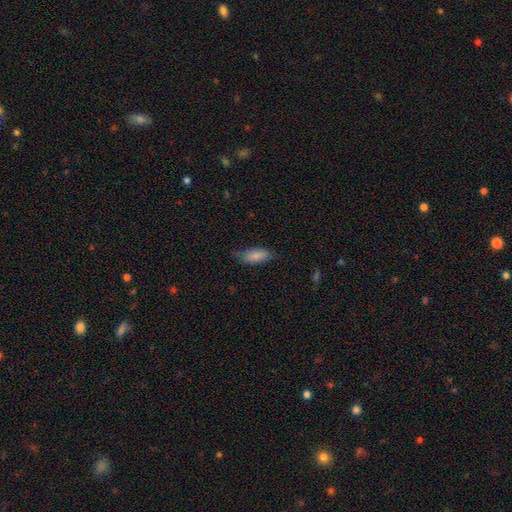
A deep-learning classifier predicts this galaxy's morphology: Smooth or featured?
  - smooth: 84% *
  - featured or disk: 10%
  - star or artifact: 7%
How rounded?
  - in between: 84% *
  - cigar-shaped: 14%
  - round: 2%
Merging?
  - none: 66% *
  - minor disturbance: 27%
  - major disturbance: 5%
  - merger: 2%